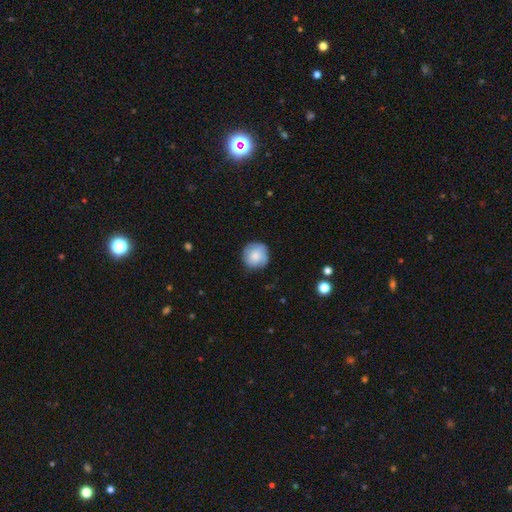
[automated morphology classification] This appears to be a smooth galaxy with no disk features (73%) that is round (93%). Merging: none (80%).